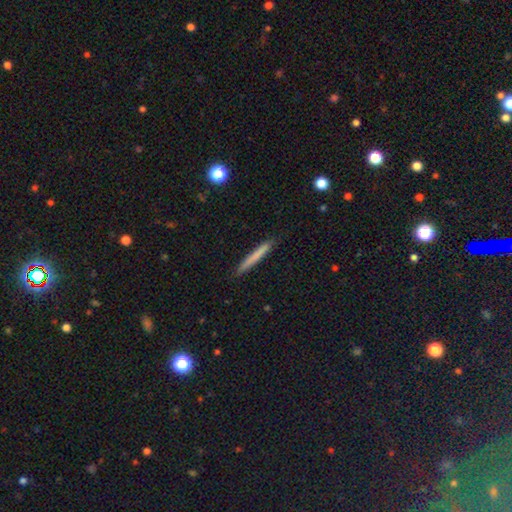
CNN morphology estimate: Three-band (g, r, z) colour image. It shows a smooth galaxy with no disk features (72%) that is cigar-shaped (97%). Merging: none (90%).